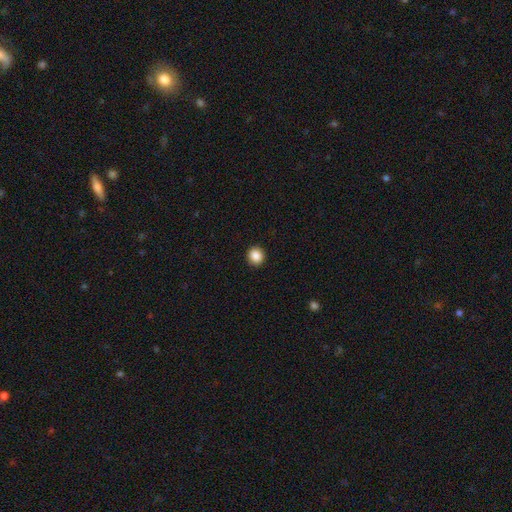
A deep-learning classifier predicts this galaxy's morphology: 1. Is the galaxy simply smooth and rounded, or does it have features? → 88% smooth, 9% star or artifact, 3% featured or disk.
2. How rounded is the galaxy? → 89% round, 10% in between, 1% cigar-shaped.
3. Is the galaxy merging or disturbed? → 93% none, 5% minor disturbance, 2% major disturbance, 1% merger.